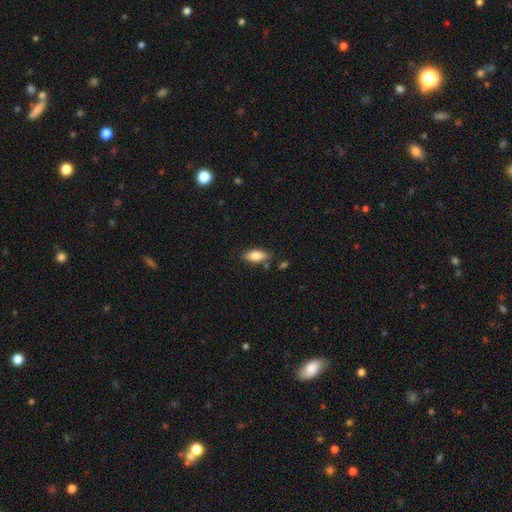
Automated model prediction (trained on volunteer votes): The model was most divided on "merging": none: 78%, minor disturbance: 15%, merger: 4%, major disturbance: 3%. More confident: smooth or featured — smooth (82%); how rounded — in between (82%).